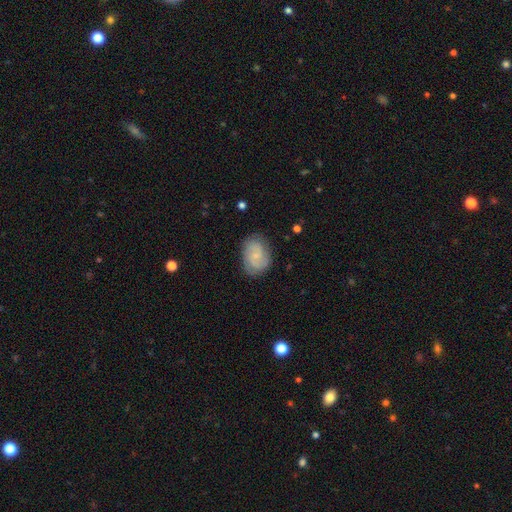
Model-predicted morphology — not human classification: Smooth or featured?
  - featured or disk: 64% *
  - smooth: 29%
  - star or artifact: 7%
Edge-on disk?
  - no: 98% *
  - yes: 2%
Bar?
  - no: 59% *
  - weak: 36%
  - strong: 5%
Spiral arms?
  - yes: 92% *
  - no: 8%
Spiral winding?
  - medium: 44% *
  - tight: 40%
  - loose: 16%
Spiral arm count?
  - 2: 57% *
  - can't tell: 19%
  - 3: 14%
  - 4: 4%
  - 1: 3%
  - more than 4: 3%
Bulge size?
  - small: 69% *
  - moderate: 15%
  - none: 13%
  - large: 1%
  - dominant: 1%
Merging?
  - none: 78% *
  - minor disturbance: 16%
  - major disturbance: 5%
  - merger: 1%